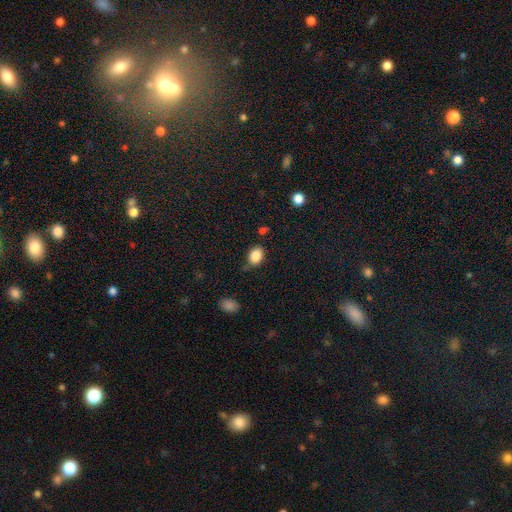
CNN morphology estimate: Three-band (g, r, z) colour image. It shows a smooth galaxy with no disk features (86%) that is in between round and cigar-shaped (69%). Merging: none (74%).